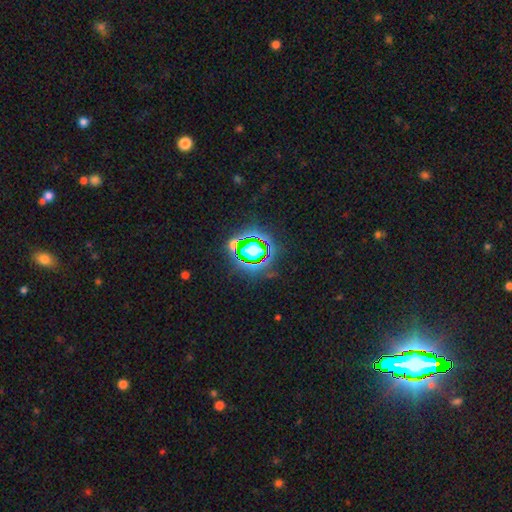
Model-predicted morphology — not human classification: A star or artifact, not a galaxy (81%).